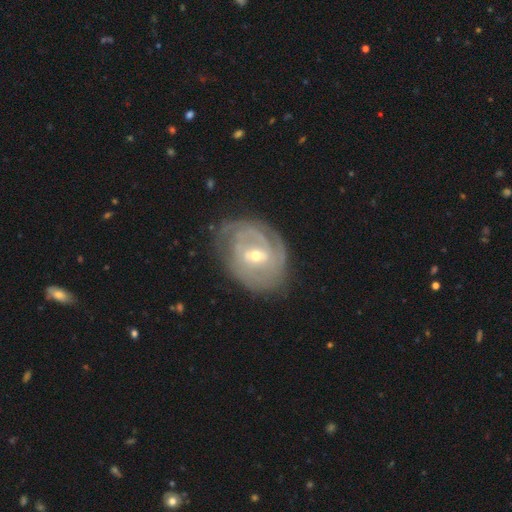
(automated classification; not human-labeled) This is clearly a featured or disk galaxy (83%). It is clearly not viewed edge-on (96%). Bar: possibly weak (48%). Spiral arm pattern: clearly yes (87%). Spiral arm count: marginally can't tell (37%). Spiral winding: likely tight (67%). Central bulge: possibly small (54%). Merging: likely none (66%).